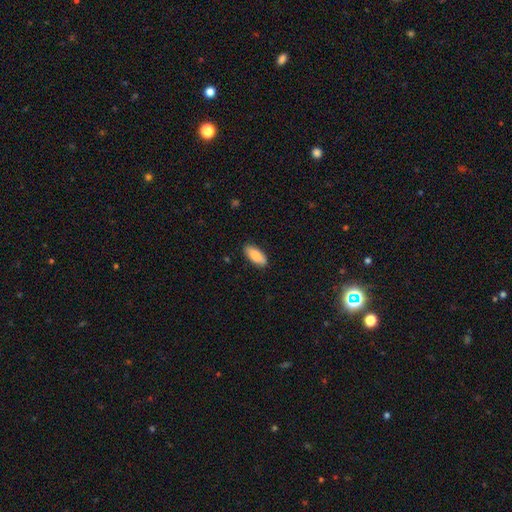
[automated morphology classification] A smooth galaxy with no disk features (84%) that is in between round and cigar-shaped (84%).

Vote fractions:
- Smooth or featured? smooth: 84% / featured or disk: 10% / star or artifact: 6%
- How rounded? in between: 84% / cigar-shaped: 14% / round: 2%
- Merging? none: 87% / minor disturbance: 10% / major disturbance: 2% / merger: 1%